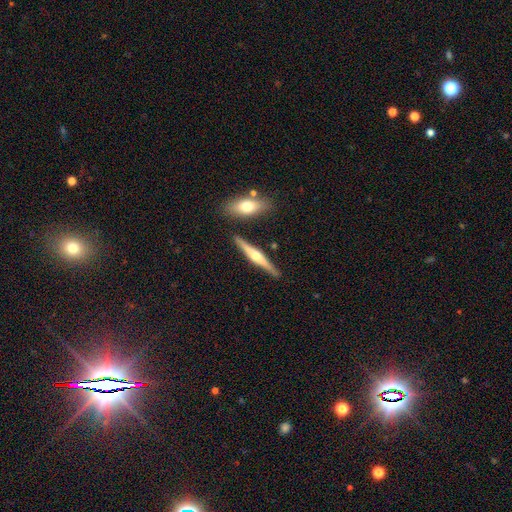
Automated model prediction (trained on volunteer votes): The model was most divided on "smooth or featured": featured or disk: 71%, smooth: 24%, star or artifact: 5%. More confident: edge-on disk — yes (97%); edge-on bulge — rounded (91%); merging — none (85%).